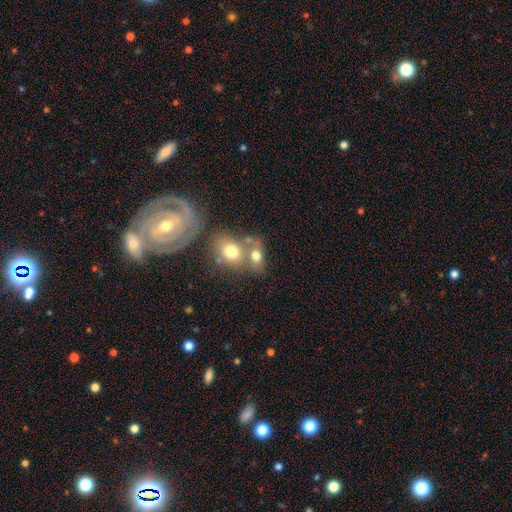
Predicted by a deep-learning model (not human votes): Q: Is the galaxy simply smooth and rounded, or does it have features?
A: smooth — 71%.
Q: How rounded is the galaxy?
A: in between — 56%.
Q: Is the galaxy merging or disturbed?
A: merger — 49%.